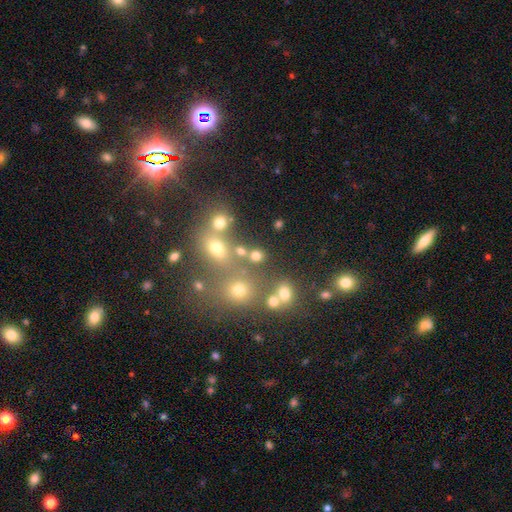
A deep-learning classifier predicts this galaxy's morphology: Overall: smooth (68%). How rounded: round (71%). Merging: none (64%).